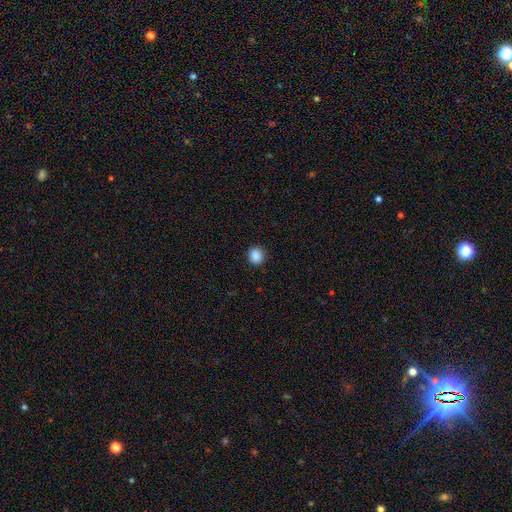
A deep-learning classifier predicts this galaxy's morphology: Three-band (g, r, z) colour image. It shows a smooth galaxy with no disk features (88%) that is round (85%). Merging: none (91%).